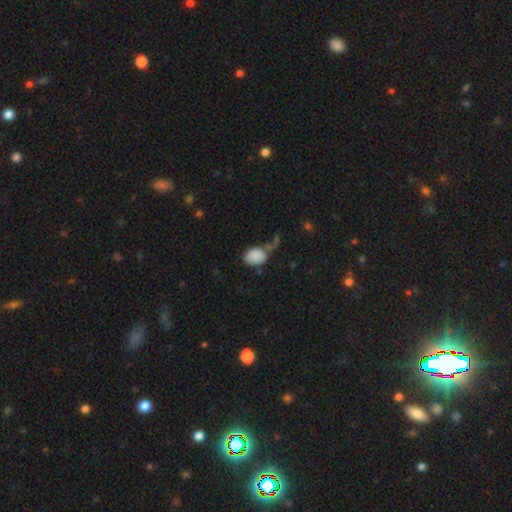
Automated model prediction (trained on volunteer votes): This is clearly a smooth galaxy (87%). How rounded: likely in between (73%). Merging: possibly none (52%).